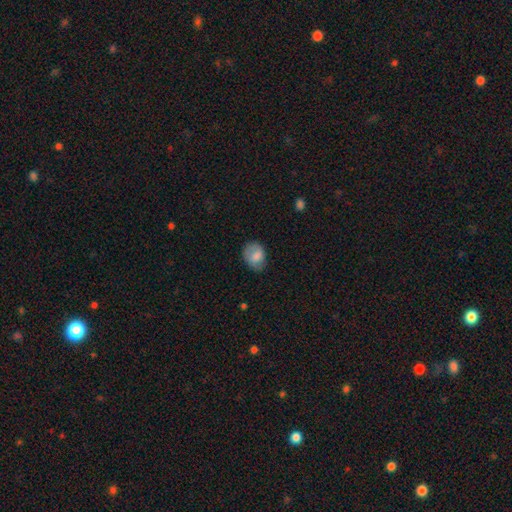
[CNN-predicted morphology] A smooth galaxy with no disk features (78%) that is in between round and cigar-shaped (59%). Merging: none (60%).